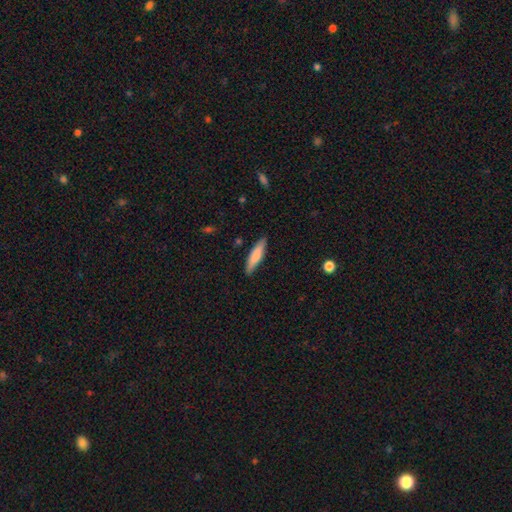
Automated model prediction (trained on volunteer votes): smooth-or-featured: smooth: 77% | featured or disk: 17% | star or artifact: 6%
  how-rounded: cigar-shaped: 77% | in between: 22% | round: 1%
  merging: none: 87% | minor disturbance: 10% | major disturbance: 2% | merger: 1%